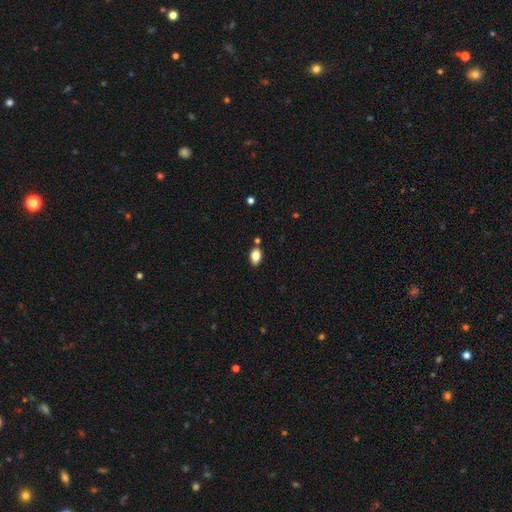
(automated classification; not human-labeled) A smooth galaxy with no disk features (82%) that is in between round and cigar-shaped (84%).

Vote fractions:
- Smooth or featured? smooth: 82% / featured or disk: 9% / star or artifact: 9%
- How rounded? in between: 84% / round: 14% / cigar-shaped: 2%
- Merging? none: 82% / minor disturbance: 12% / merger: 4% / major disturbance: 2%